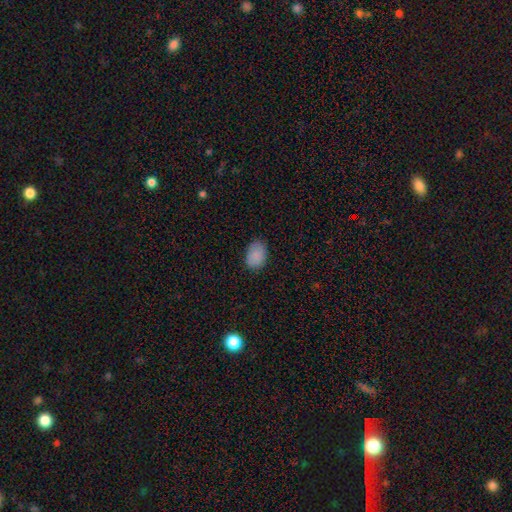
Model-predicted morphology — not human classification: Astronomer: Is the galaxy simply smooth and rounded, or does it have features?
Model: smooth — 88%.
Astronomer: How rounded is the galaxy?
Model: in between — 83%.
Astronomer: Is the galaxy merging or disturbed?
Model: none — 83%.